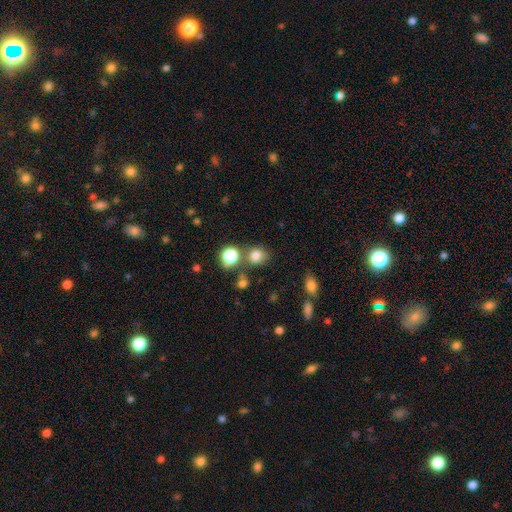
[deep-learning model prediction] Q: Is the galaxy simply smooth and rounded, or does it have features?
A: smooth — 78%.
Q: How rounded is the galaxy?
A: round — 73%.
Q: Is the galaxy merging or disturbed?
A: none — 63%.